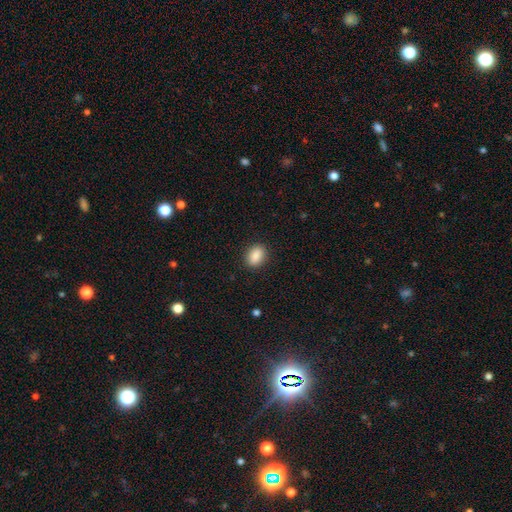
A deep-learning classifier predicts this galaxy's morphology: Smooth or featured: smooth — 89% (star or artifact — 8%)
How rounded: in between — 72% (round — 26%)
Merging: none — 89% (minor disturbance — 7%)